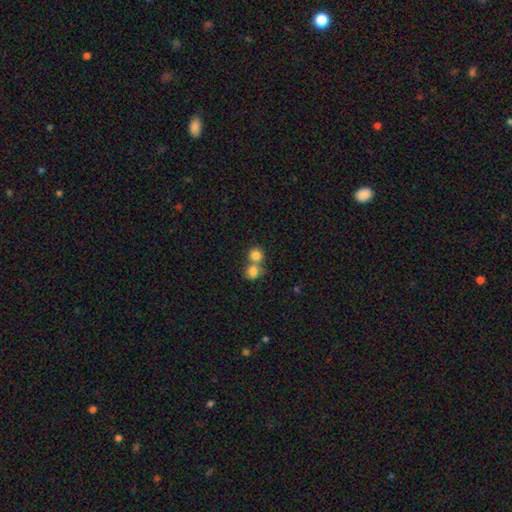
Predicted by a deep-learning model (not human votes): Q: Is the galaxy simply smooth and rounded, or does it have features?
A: smooth — 82%.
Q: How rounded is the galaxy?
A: round — 85%.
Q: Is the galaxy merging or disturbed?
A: merger — 54%.